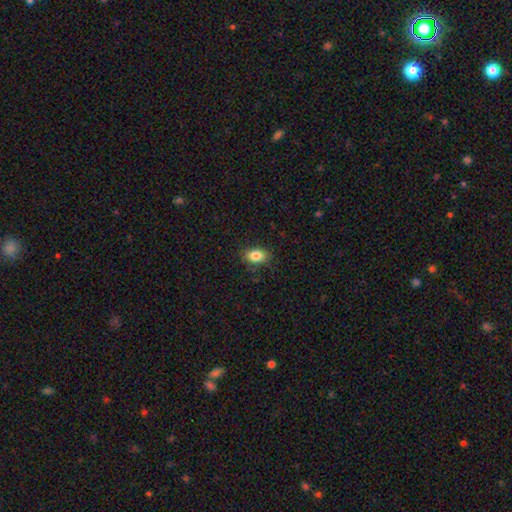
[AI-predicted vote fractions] smooth 84%, star or artifact 9%, featured or disk 7%. Down the decision tree: how rounded — in between (85%); merging — none (82%).